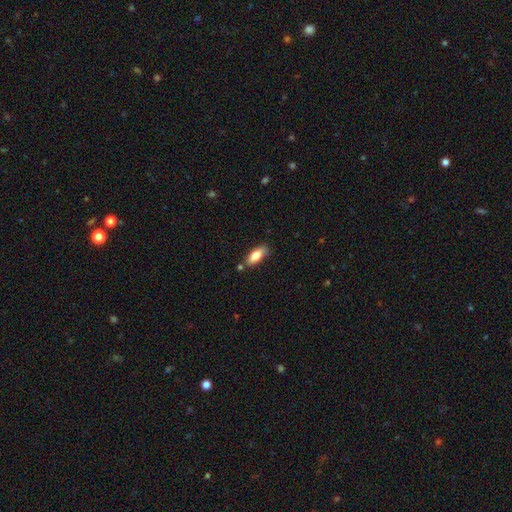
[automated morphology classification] Smooth or featured? smooth (80%)
How rounded? in between (79%)
Merging? none (73%)